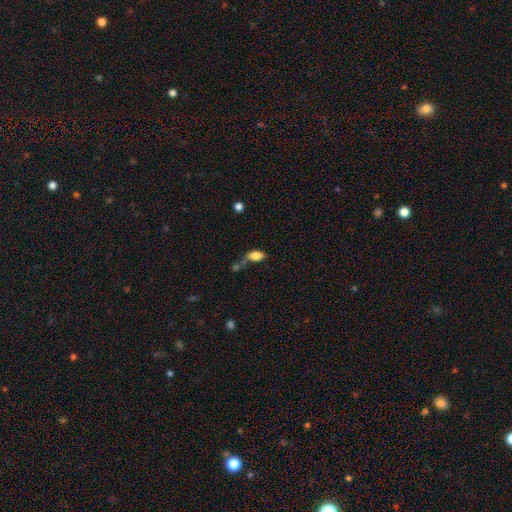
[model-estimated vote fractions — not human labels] Smooth or featured?
  - smooth: 80% *
  - featured or disk: 11%
  - star or artifact: 9%
How rounded?
  - in between: 89% *
  - round: 7%
  - cigar-shaped: 5%
Merging?
  - none: 37% *
  - merger: 28%
  - minor disturbance: 21%
  - major disturbance: 14%